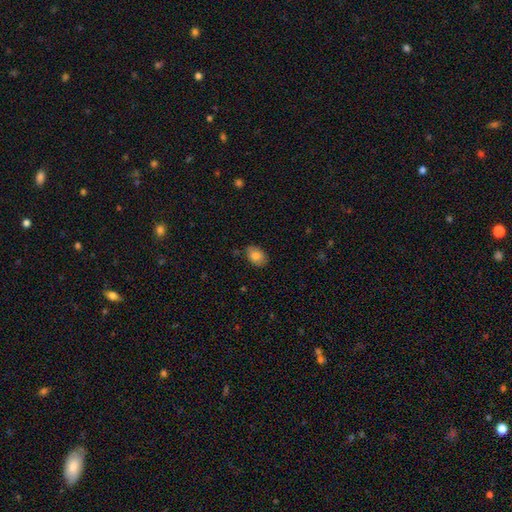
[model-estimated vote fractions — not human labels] Smooth or featured: smooth — 82% (featured or disk — 10%)
How rounded: in between — 81% (round — 18%)
Merging: none — 83% (minor disturbance — 14%)